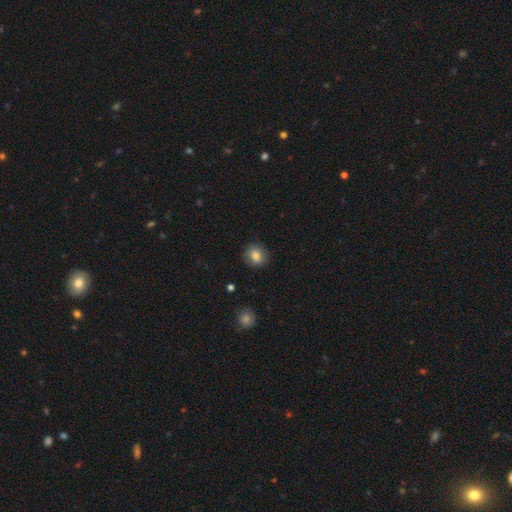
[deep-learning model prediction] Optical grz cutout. It shows a smooth galaxy with no disk features (80%) that is round (78%). Merging: none (84%).